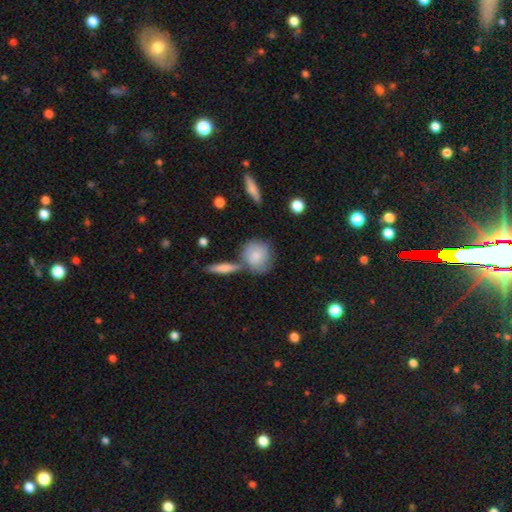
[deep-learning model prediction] Smooth or featured? Predicted: smooth (p=0.74). How rounded? Predicted: round (p=0.71). Merging? Predicted: none (p=0.55).